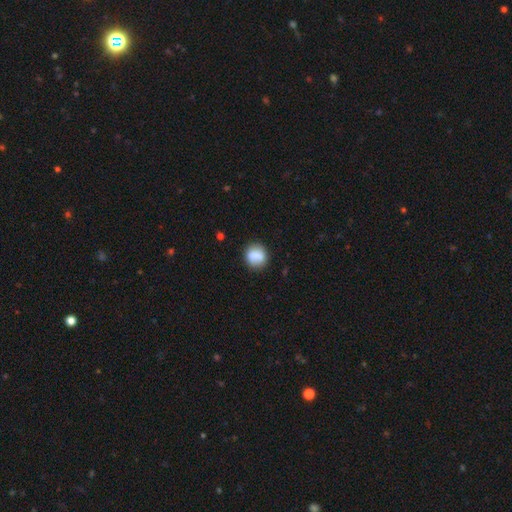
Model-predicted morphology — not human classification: This appears to be a smooth galaxy with no disk features (79%) that is round (82%). Merging: none (76%).